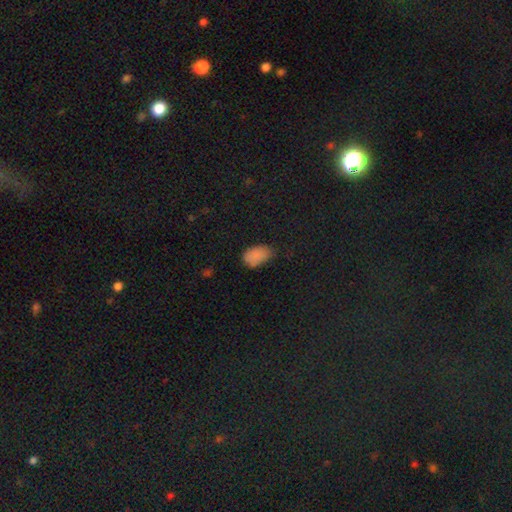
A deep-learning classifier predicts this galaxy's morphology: Smooth or featured: smooth — 83% (star or artifact — 11%)
How rounded: in between — 91% (round — 7%)
Merging: none — 52% (minor disturbance — 36%)